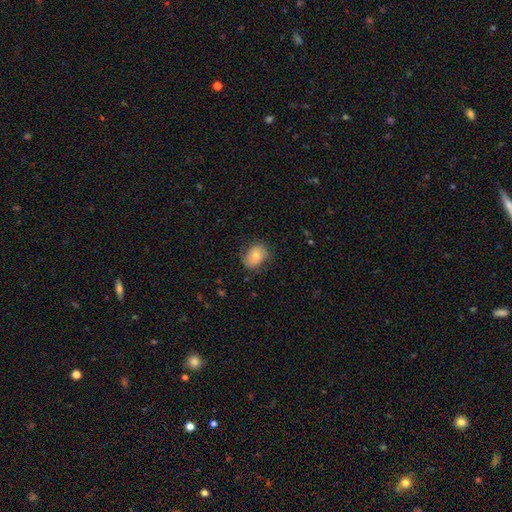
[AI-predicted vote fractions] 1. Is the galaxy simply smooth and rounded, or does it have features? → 69% smooth, 24% featured or disk, 8% star or artifact.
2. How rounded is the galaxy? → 66% in between, 33% round, 1% cigar-shaped.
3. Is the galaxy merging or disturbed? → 70% none, 23% minor disturbance, 7% major disturbance, 1% merger.